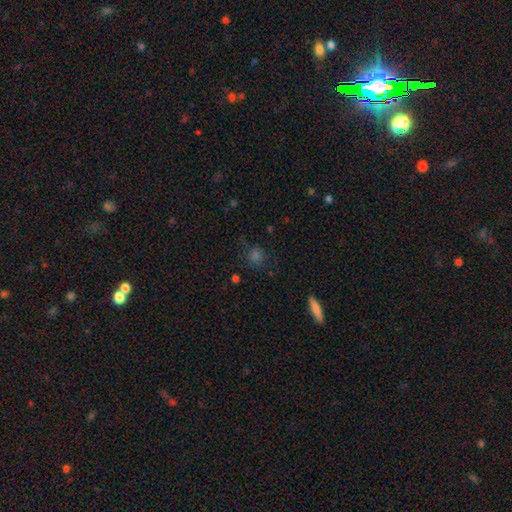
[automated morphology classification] The model was most divided on "smooth or featured": smooth: 64%, star or artifact: 27%, featured or disk: 8%. More confident: merging — none (77%); how rounded — round (74%).